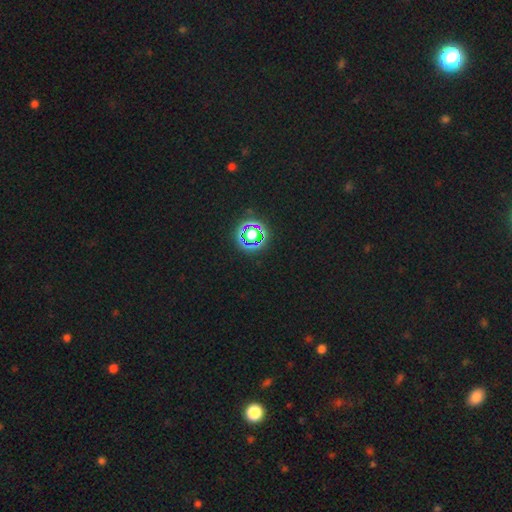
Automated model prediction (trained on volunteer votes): Smooth or featured?
  - star or artifact: 77% *
  - smooth: 17%
  - featured or disk: 6%